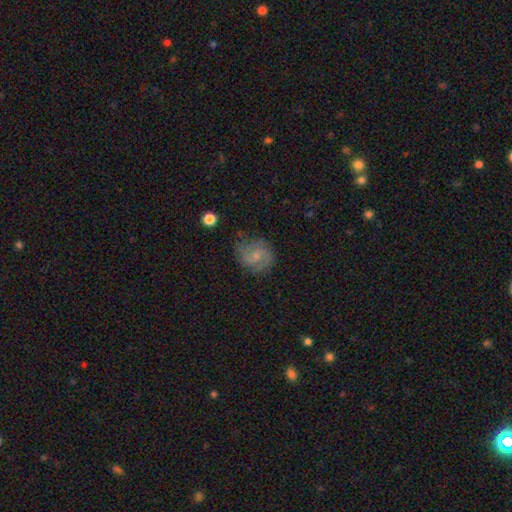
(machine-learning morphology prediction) Smooth or featured?
  - featured or disk: 67% *
  - smooth: 26%
  - star or artifact: 8%
Edge-on disk?
  - no: 98% *
  - yes: 2%
Bar?
  - no: 49% *
  - weak: 44%
  - strong: 6%
Spiral arms?
  - yes: 92% *
  - no: 8%
Spiral winding?
  - medium: 50% *
  - tight: 31%
  - loose: 19%
Spiral arm count?
  - 2: 77% *
  - can't tell: 11%
  - 3: 6%
  - 1: 3%
  - 4: 2%
  - more than 4: 2%
Bulge size?
  - small: 61% *
  - moderate: 25%
  - none: 11%
  - large: 1%
  - dominant: 1%
Merging?
  - none: 71% *
  - minor disturbance: 20%
  - major disturbance: 7%
  - merger: 2%